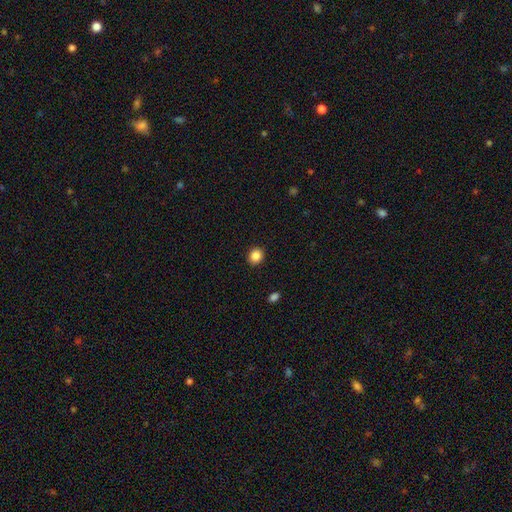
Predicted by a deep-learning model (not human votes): smooth-or-featured: smooth: 86% | star or artifact: 10% | featured or disk: 4%
  how-rounded: round: 80% | in between: 19% | cigar-shaped: 1%
  merging: none: 91% | minor disturbance: 6% | major disturbance: 2% | merger: 1%